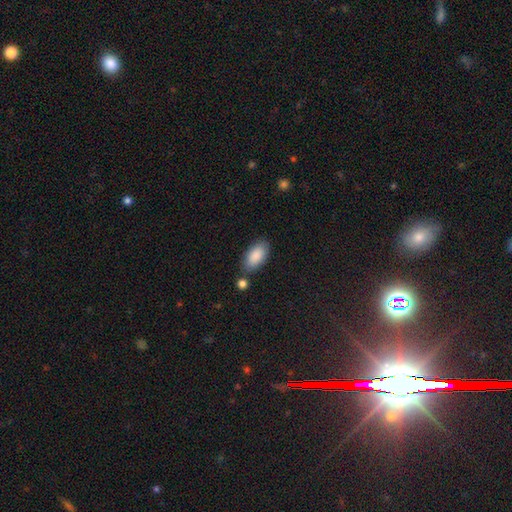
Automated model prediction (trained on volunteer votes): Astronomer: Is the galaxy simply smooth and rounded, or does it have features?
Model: smooth — 89%.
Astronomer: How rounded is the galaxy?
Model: in between — 94%.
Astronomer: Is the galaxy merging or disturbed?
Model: none — 75%.